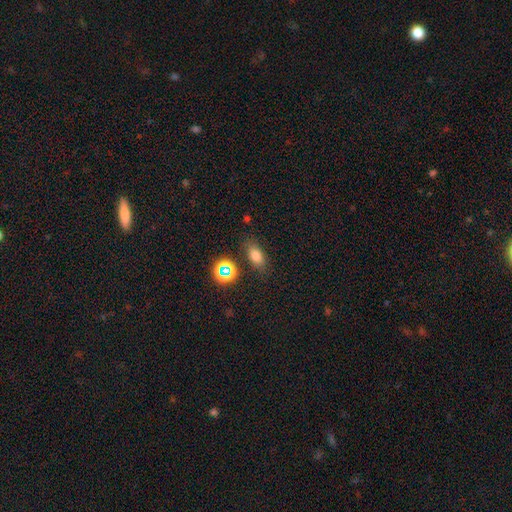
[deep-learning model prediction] Smooth or featured? Predicted: smooth (p=0.72). How rounded? Predicted: in between (p=0.77). Merging? Predicted: none (p=0.80).